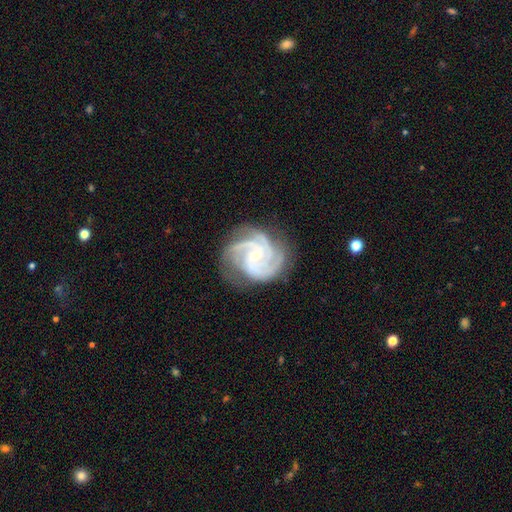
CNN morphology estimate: Smooth or featured: featured or disk — 92% (star or artifact — 5%)
Edge-on disk: no — 98% (yes — 2%)
Bar: no — 64% (weak — 27%)
Spiral arms: yes — 99% (no — 1%)
Spiral winding: tight — 60% (medium — 36%)
Spiral arm count: 3 — 57% (4 — 21%)
Bulge size: small — 73% (moderate — 24%)
Merging: none — 78% (minor disturbance — 16%)